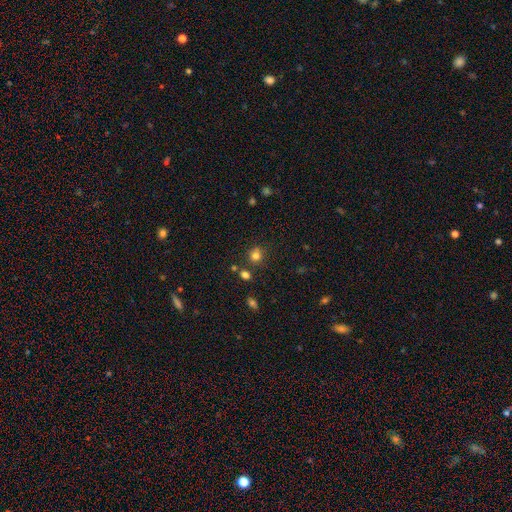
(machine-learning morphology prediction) Smooth or featured? smooth (79%)
How rounded? round (85%)
Merging? none (77%)